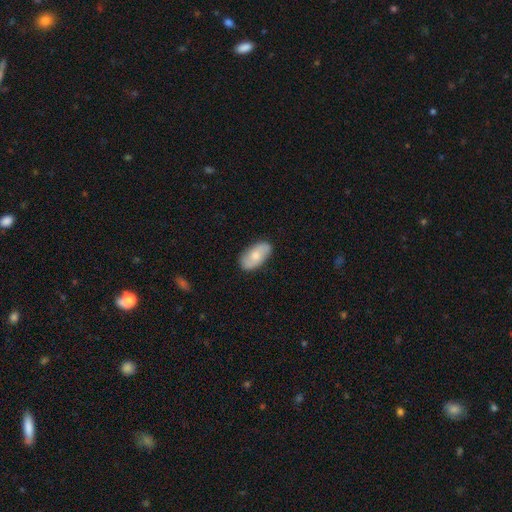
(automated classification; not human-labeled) Morphology: type=smooth (59%); roundness=in between (94%); merging=none (82%).